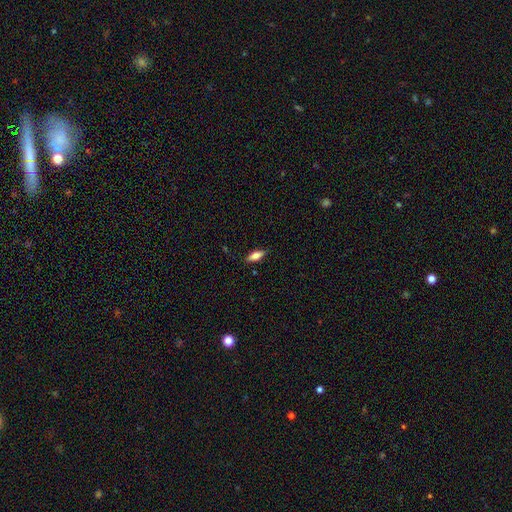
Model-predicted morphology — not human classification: Smooth or featured? Predicted: smooth (p=0.68). How rounded? Predicted: in between (p=0.70). Merging? Predicted: none (p=0.86).